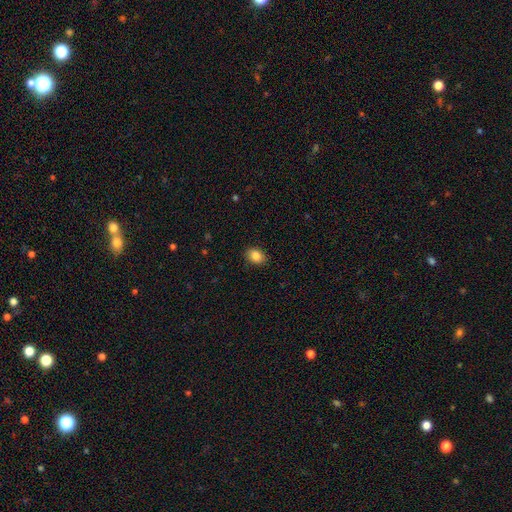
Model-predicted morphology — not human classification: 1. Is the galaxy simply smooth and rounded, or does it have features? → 86% smooth, 9% star or artifact, 6% featured or disk.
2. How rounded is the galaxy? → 69% in between, 30% round, 1% cigar-shaped.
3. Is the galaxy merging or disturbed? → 89% none, 8% minor disturbance, 2% major disturbance, 1% merger.